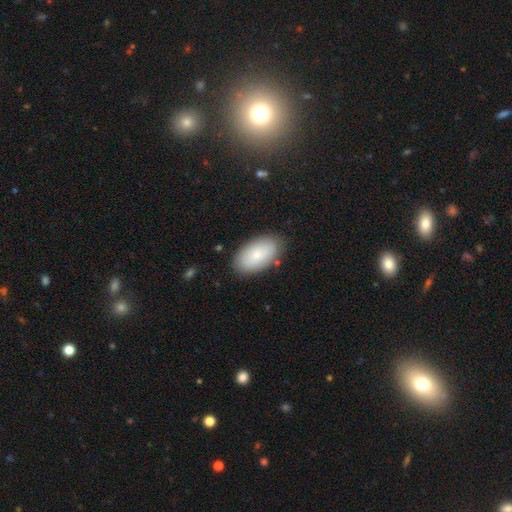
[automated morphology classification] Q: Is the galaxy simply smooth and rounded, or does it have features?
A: smooth — 79%.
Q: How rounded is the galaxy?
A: in between — 95%.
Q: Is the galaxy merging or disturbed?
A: none — 84%.